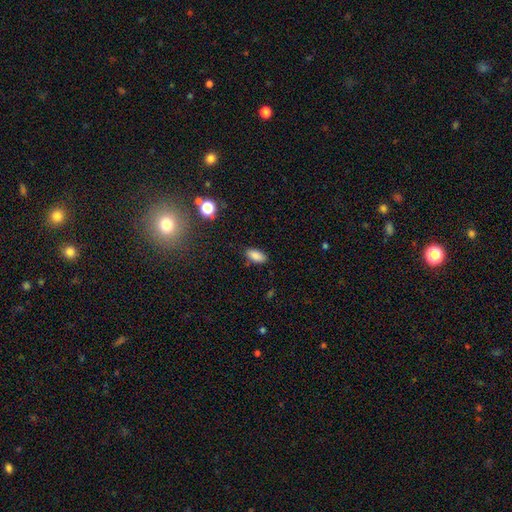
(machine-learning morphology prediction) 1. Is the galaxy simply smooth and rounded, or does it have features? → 86% smooth, 9% star or artifact, 5% featured or disk.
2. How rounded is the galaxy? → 89% in between, 8% cigar-shaped, 3% round.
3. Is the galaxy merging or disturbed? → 84% none, 12% minor disturbance, 3% major disturbance, 2% merger.